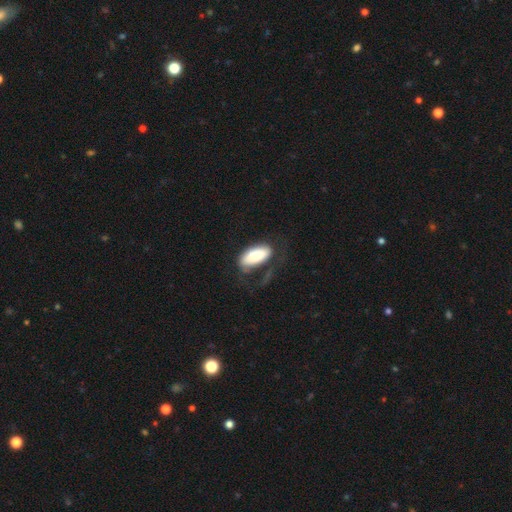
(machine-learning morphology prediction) smooth-or-featured: smooth: 74% | featured or disk: 20% | star or artifact: 6%
  how-rounded: in between: 90% | cigar-shaped: 8% | round: 2%
  merging: none: 40% | major disturbance: 33% | minor disturbance: 24% | merger: 3%